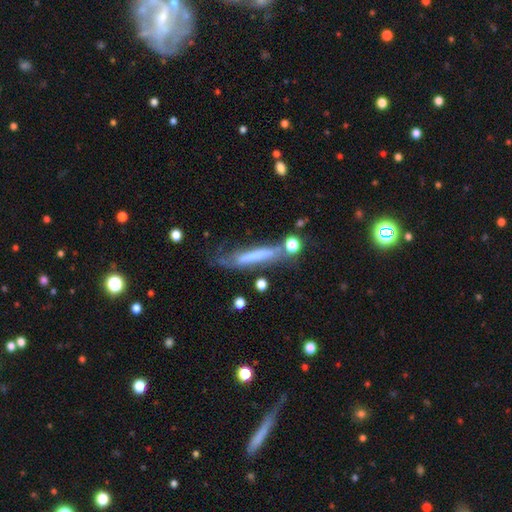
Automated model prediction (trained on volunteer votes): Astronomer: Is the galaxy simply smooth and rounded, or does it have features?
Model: smooth — 51% (runner-up: featured or disk, 40%).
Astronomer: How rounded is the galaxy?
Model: cigar-shaped — 89%.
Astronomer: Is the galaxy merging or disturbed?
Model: none — 50%.